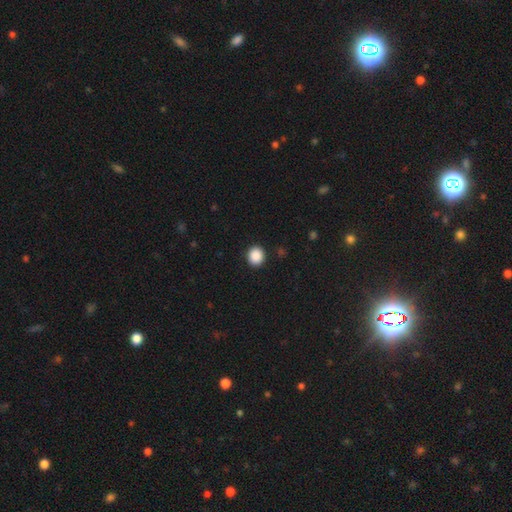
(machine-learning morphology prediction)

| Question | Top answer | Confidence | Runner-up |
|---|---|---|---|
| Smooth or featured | smooth | 89% | star or artifact (9%) |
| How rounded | round | 82% | in between (17%) |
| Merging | none | 92% | minor disturbance (6%) |